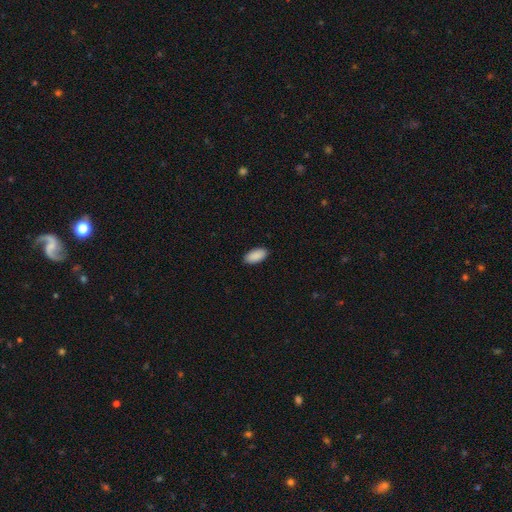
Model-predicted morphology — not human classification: smooth_or_featured: smooth (p=0.91) [alt: star or artifact p=0.06]
how_rounded: in between (p=0.94) [alt: cigar-shaped p=0.04]
merging: none (p=0.90) [alt: minor disturbance p=0.07]